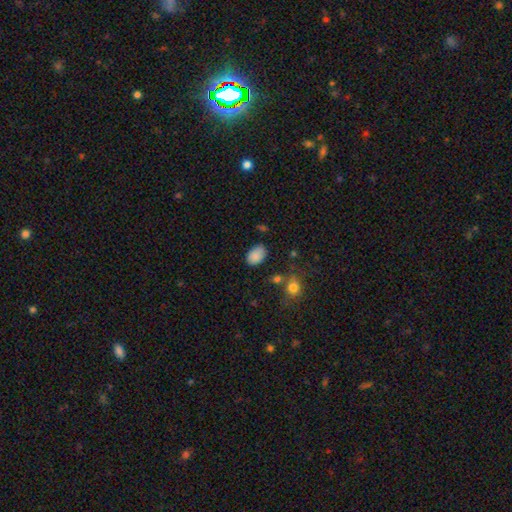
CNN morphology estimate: Smooth or featured? smooth (87%)
How rounded? in between (87%)
Merging? none (76%)